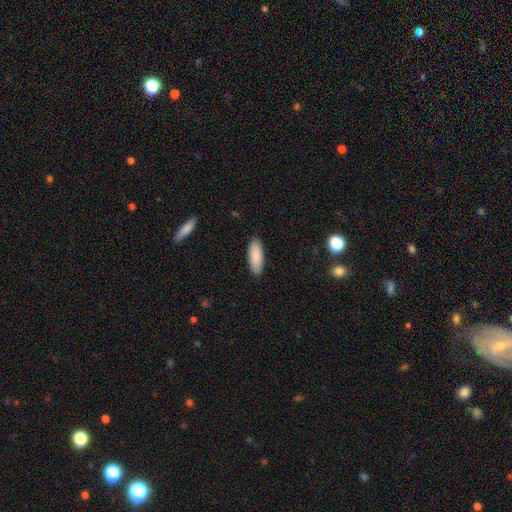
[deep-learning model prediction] This is clearly a smooth galaxy (88%). How rounded: likely in between (69%). Merging: clearly none (89%).